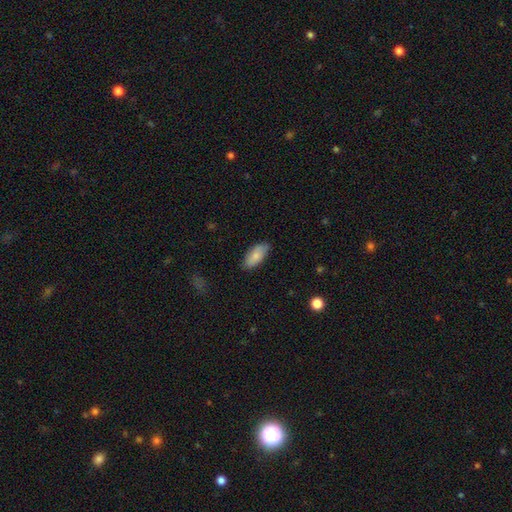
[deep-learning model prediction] Overall: smooth (80%). How rounded: in between (89%). Merging: none (80%).